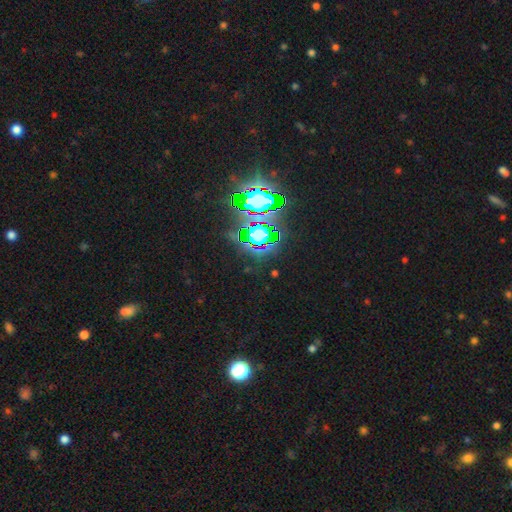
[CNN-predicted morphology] Smooth or featured: star or artifact — 82% (smooth — 10%)